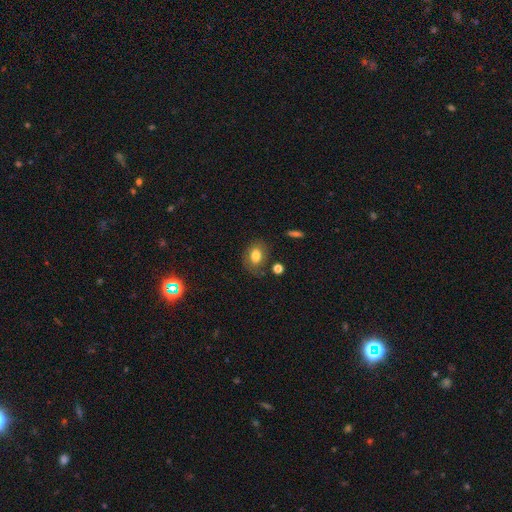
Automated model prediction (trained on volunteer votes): The model was most divided on "how rounded": in between: 65%, round: 34%, cigar-shaped: 1%. More confident: smooth or featured — smooth (76%); merging — none (71%).